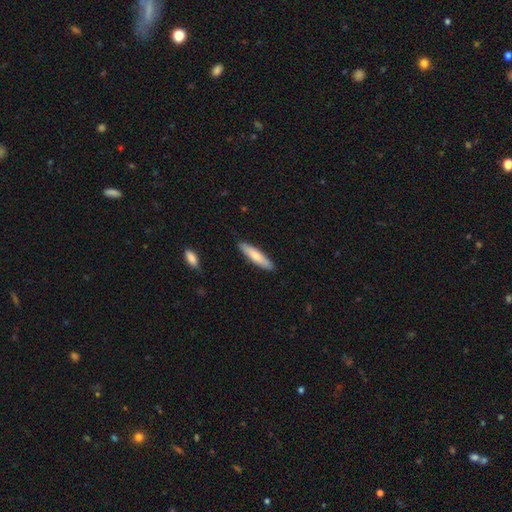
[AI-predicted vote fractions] This appears to be a smooth galaxy with no disk features (73%) that is cigar-shaped (80%). Merging: none (89%).